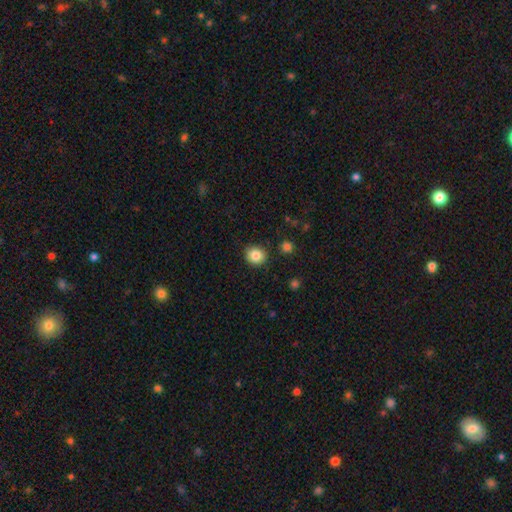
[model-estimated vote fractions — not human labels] A smooth galaxy with no disk features (85%) that is round (81%).

Vote fractions:
- Smooth or featured? smooth: 85% / star or artifact: 10% / featured or disk: 6%
- How rounded? round: 81% / in between: 18% / cigar-shaped: 1%
- Merging? none: 88% / minor disturbance: 8% / major disturbance: 2% / merger: 2%